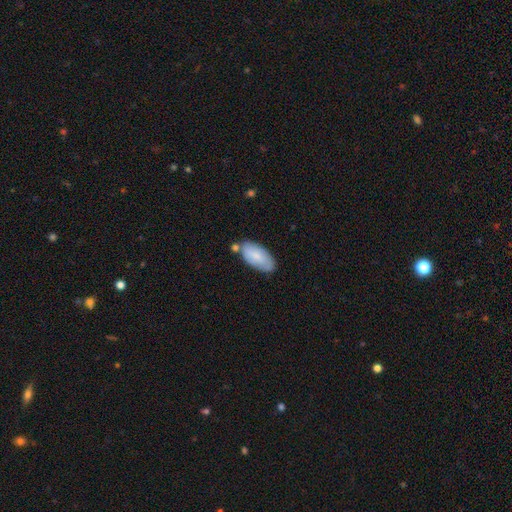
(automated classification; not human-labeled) Smooth or featured? smooth (78%)
How rounded? in between (93%)
Merging? none (68%)